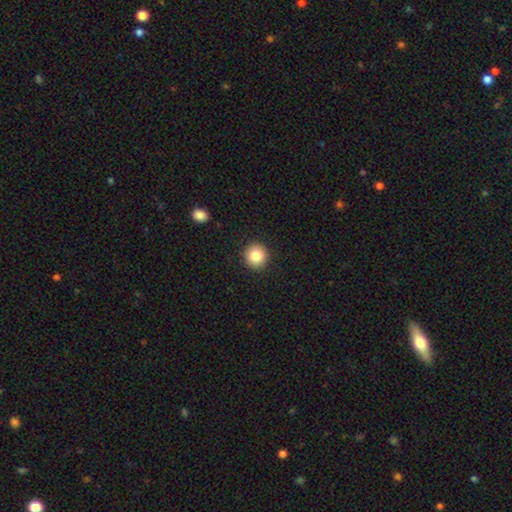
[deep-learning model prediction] Smooth or featured? Predicted: smooth (p=0.84). How rounded? Predicted: round (p=0.92). Merging? Predicted: none (p=0.92).